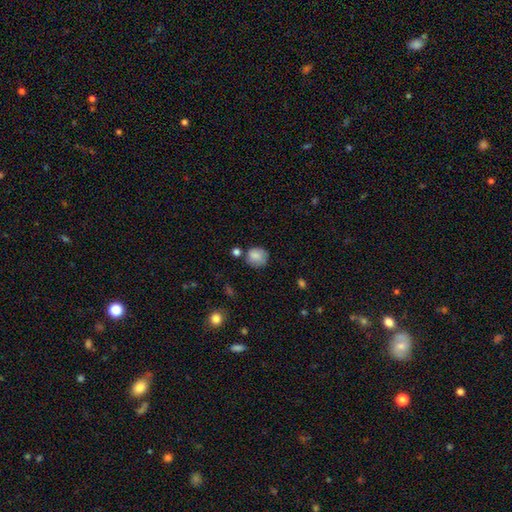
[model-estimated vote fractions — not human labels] Smooth or featured? smooth (84%)
How rounded? round (82%)
Merging? none (70%)